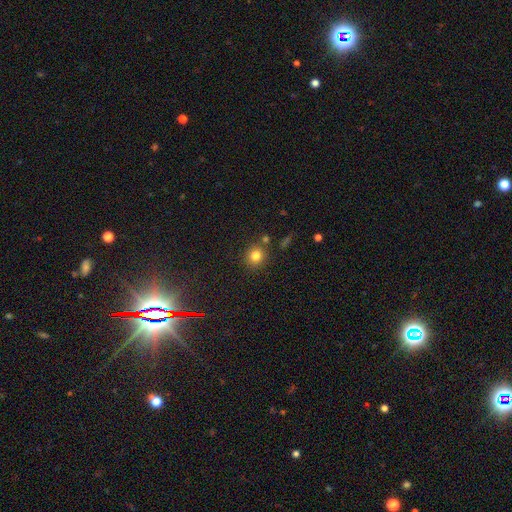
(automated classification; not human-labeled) Smooth or featured?
  - smooth: 81% *
  - star or artifact: 13%
  - featured or disk: 6%
How rounded?
  - round: 89% *
  - in between: 10%
  - cigar-shaped: 1%
Merging?
  - none: 81% *
  - minor disturbance: 9%
  - merger: 7%
  - major disturbance: 3%